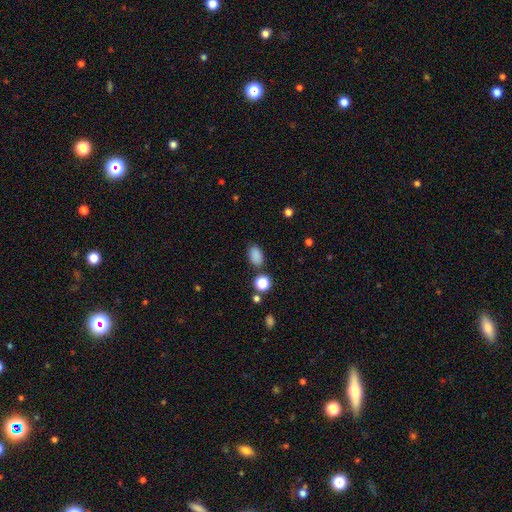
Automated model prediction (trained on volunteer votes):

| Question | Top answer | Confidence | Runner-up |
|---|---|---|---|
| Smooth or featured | smooth | 86% | star or artifact (11%) |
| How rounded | in between | 87% | round (11%) |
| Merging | none | 81% | minor disturbance (11%) |